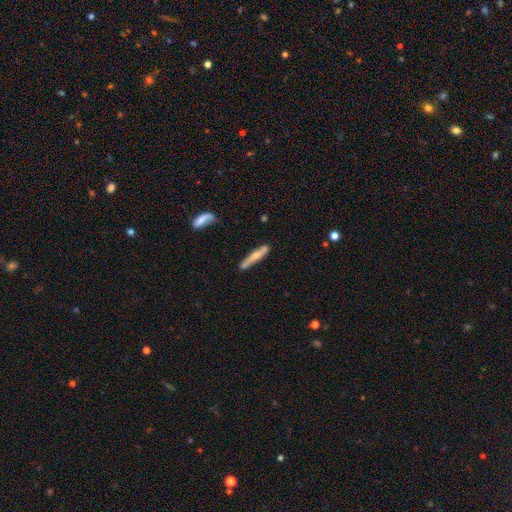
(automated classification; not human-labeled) The model was most divided on "smooth or featured": smooth: 52%, featured or disk: 42%, star or artifact: 6%. More confident: how rounded — cigar-shaped (91%); merging — none (74%).